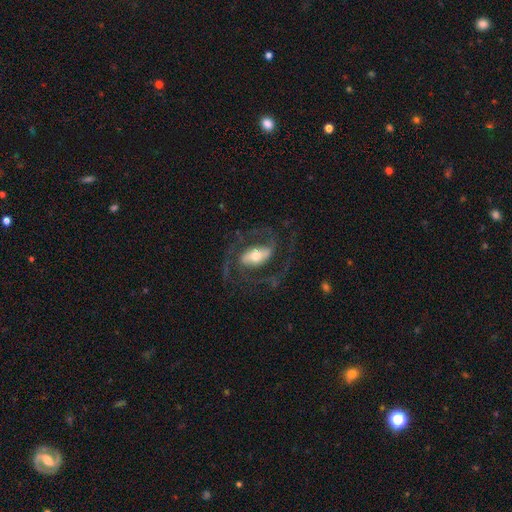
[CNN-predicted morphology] smooth-or-featured: featured or disk: 84% | smooth: 10% | star or artifact: 5%
  disk-edge-on: no: 96% | yes: 4%
    bar: strong: 44% | weak: 34% | no: 22%
    has-spiral-arms: yes: 94% | no: 6%
      spiral-winding: medium: 54% | loose: 28% | tight: 18%
      spiral-arm-count: 2: 79% | 3: 8% | can't tell: 5% | 1: 3% | 4: 2% | more than 4: 2%
    bulge-size: moderate: 62% | small: 22% | large: 13% | dominant: 2% | none: 1%
  merging: none: 67% | major disturbance: 18% | minor disturbance: 14% | merger: 2%